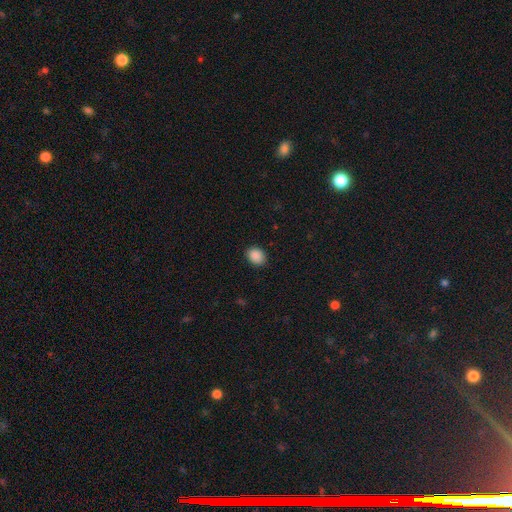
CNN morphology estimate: type=smooth (89%); roundness=in between (54%); merging=none (89%).